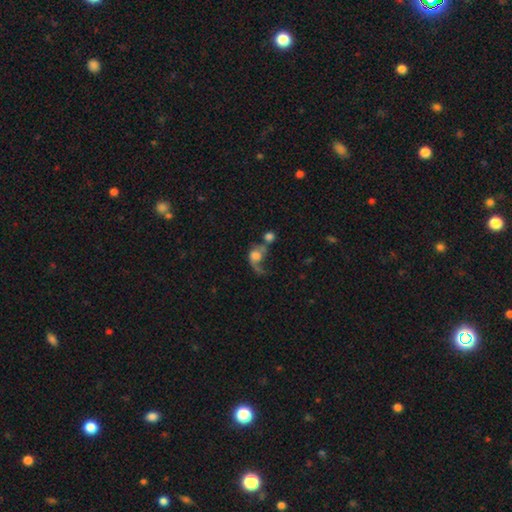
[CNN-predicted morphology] smooth_or_featured: smooth (p=0.46) [alt: featured or disk p=0.43]
merging: merger (p=0.42) [alt: major disturbance p=0.32]